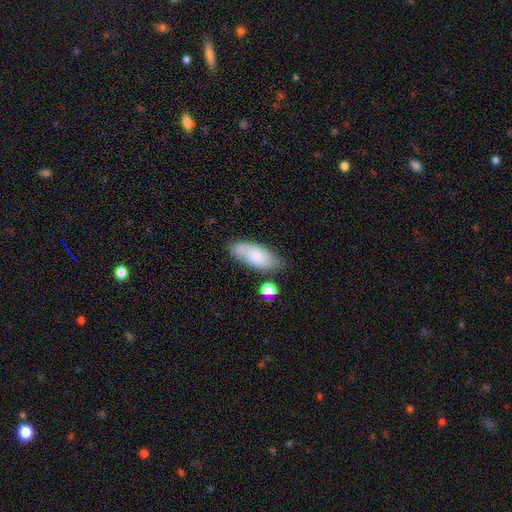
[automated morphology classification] Q: Smooth or featured?
A: smooth (63%); runner-up: featured or disk (30%)
Q: How rounded?
A: in between (84%); runner-up: cigar-shaped (13%)
Q: Merging?
A: none (67%); runner-up: minor disturbance (21%)